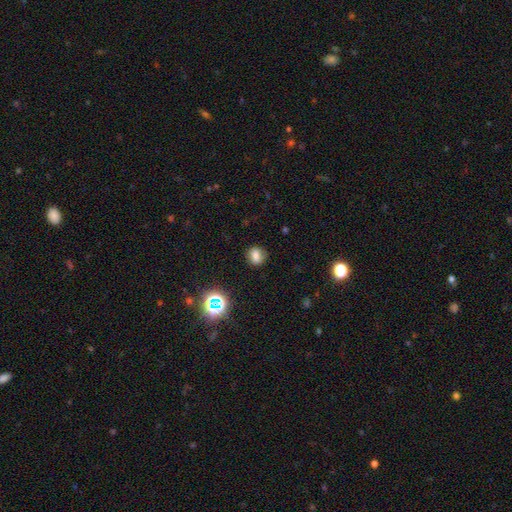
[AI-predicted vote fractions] This is likely a smooth galaxy (71%). How rounded: likely round (61%). Merging: clearly none (83%).